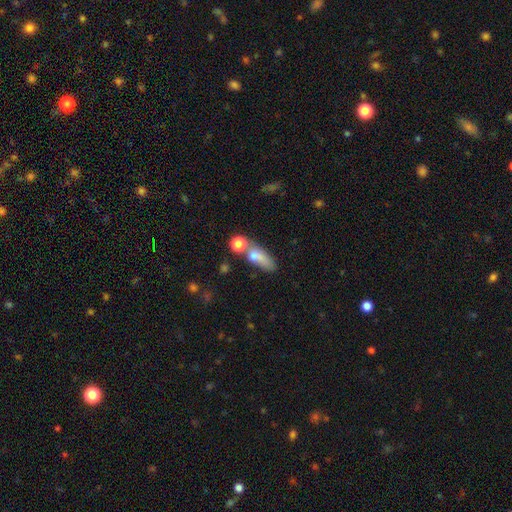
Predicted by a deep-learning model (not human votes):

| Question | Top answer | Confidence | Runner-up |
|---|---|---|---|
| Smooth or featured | smooth | 71% | featured or disk (17%) |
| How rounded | in between | 57% | cigar-shaped (30%) |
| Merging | none | 39% | merger (29%) |